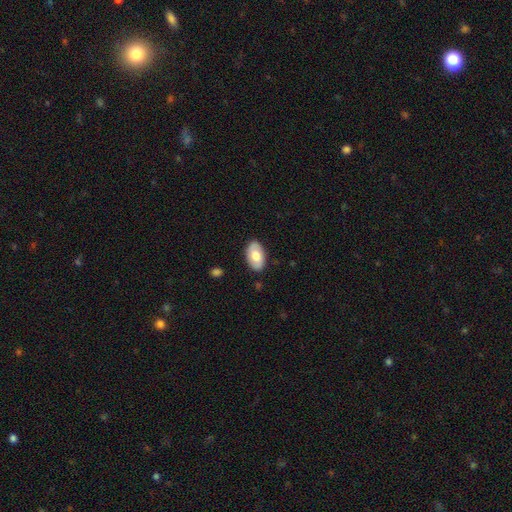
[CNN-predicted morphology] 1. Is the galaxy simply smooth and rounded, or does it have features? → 71% smooth, 23% featured or disk, 6% star or artifact.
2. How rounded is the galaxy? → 94% in between, 5% round, 1% cigar-shaped.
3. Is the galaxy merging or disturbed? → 86% none, 10% minor disturbance, 2% major disturbance, 1% merger.